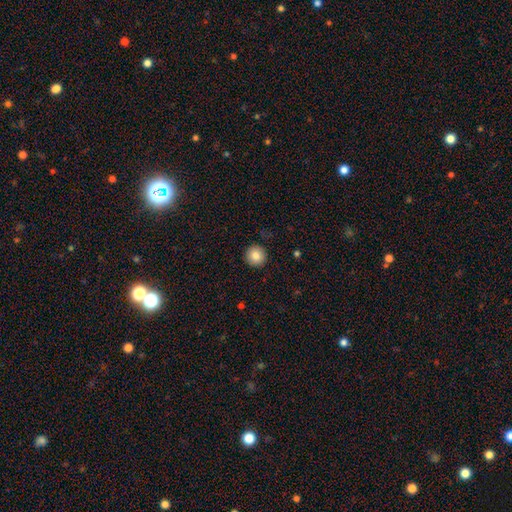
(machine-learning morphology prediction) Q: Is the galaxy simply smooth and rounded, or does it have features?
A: smooth — 84%.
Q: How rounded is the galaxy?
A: round — 96%.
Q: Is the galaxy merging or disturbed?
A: none — 92%.